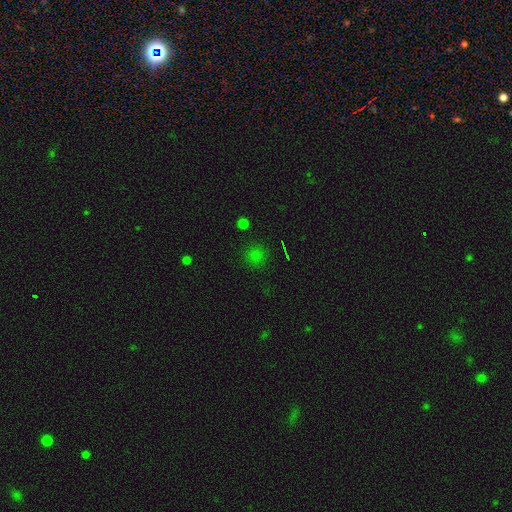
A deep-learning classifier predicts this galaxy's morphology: Q: Smooth or featured?
A: smooth (69%); runner-up: star or artifact (26%)
Q: How rounded?
A: round (90%); runner-up: in between (9%)
Q: Merging?
A: none (85%); runner-up: minor disturbance (10%)